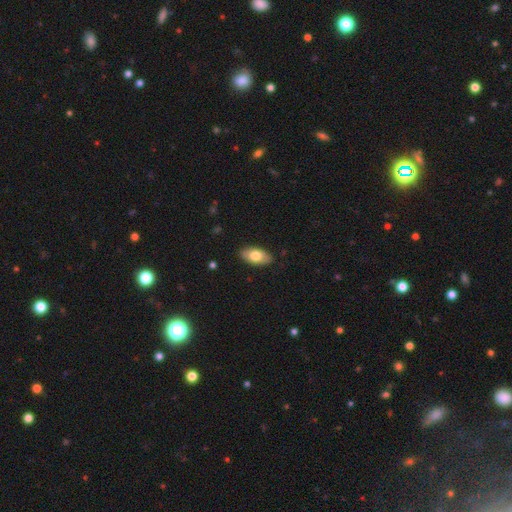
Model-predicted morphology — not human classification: Smooth or featured? smooth (74%)
How rounded? in between (93%)
Merging? none (87%)